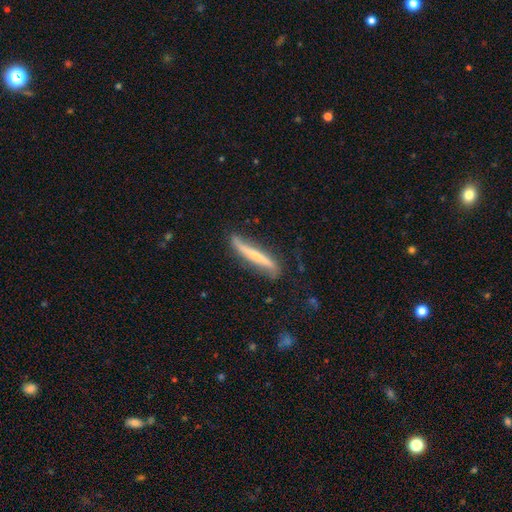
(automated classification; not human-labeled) Smooth or featured? Predicted: featured or disk (p=0.60). Edge-on disk? Predicted: yes (p=0.75). Merging? Predicted: none (p=0.68).